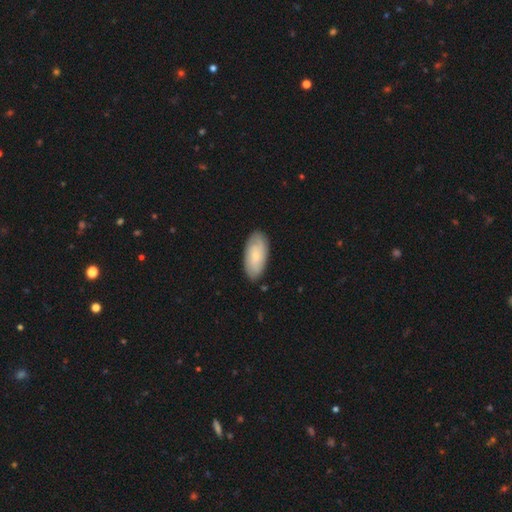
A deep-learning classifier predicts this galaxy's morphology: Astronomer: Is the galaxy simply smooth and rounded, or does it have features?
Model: smooth — 61%.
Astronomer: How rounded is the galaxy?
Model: in between — 90%.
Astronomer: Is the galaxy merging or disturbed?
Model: none — 84%.